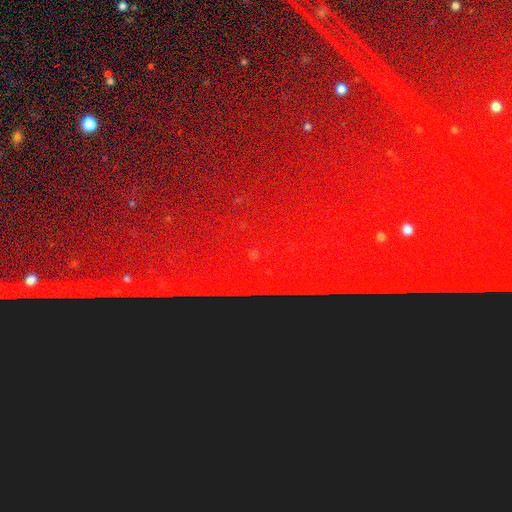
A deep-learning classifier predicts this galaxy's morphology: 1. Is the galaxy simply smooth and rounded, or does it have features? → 89% star or artifact, 6% featured or disk, 5% smooth.